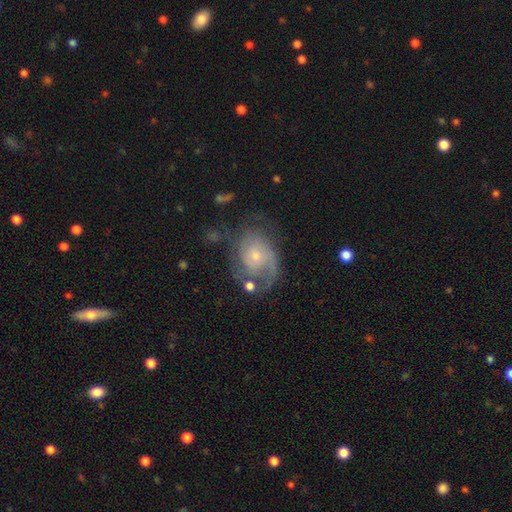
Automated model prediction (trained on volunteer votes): Q: Smooth or featured?
A: featured or disk (75%); runner-up: smooth (17%)
Q: Edge-on disk?
A: no (97%); runner-up: yes (3%)
Q: Bar?
A: no (75%); runner-up: weak (22%)
Q: Spiral arms?
A: yes (87%); runner-up: no (13%)
Q: Spiral winding?
A: tight (41%); runner-up: medium (38%)
Q: Spiral arm count?
A: 1 (32%); runner-up: 2 (31%)
Q: Bulge size?
A: small (65%); runner-up: moderate (30%)
Q: Merging?
A: none (50%); runner-up: major disturbance (23%)